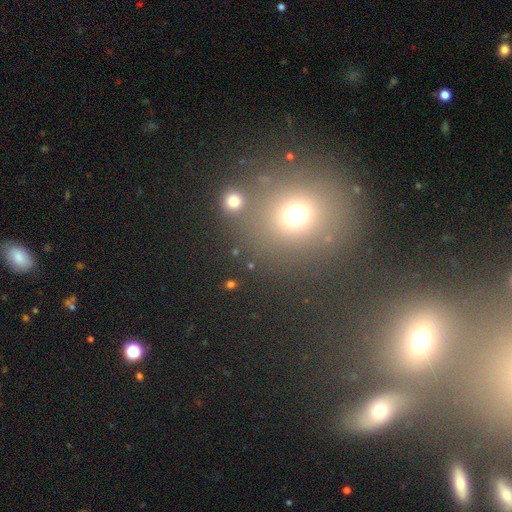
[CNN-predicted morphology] A smooth galaxy with no disk features (59%) that is round (81%).

Vote fractions:
- Smooth or featured? smooth: 59% / star or artifact: 28% / featured or disk: 13%
- How rounded? round: 81% / in between: 18% / cigar-shaped: 2%
- Merging? none: 72% / merger: 14% / minor disturbance: 9% / major disturbance: 5%